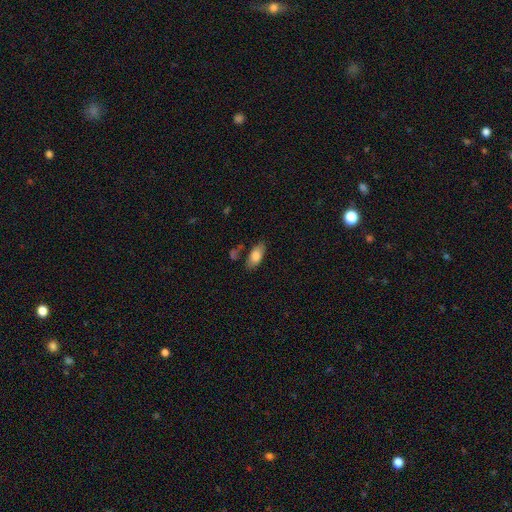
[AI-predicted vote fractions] Morphology: type=smooth (79%); roundness=in between (88%); merging=none (72%).